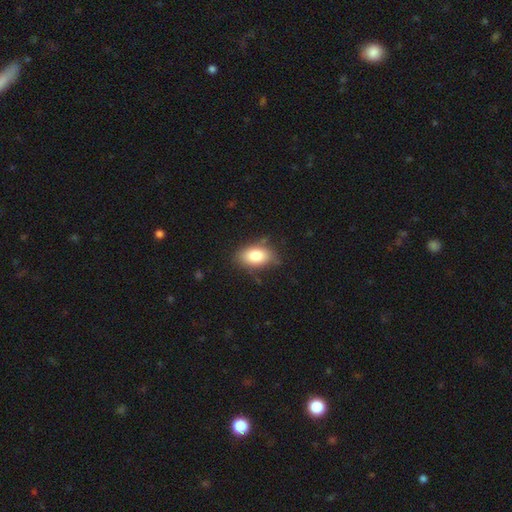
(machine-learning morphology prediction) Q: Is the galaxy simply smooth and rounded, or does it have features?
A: smooth — 82%.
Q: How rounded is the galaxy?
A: in between — 90%.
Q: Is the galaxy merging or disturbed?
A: none — 74%.